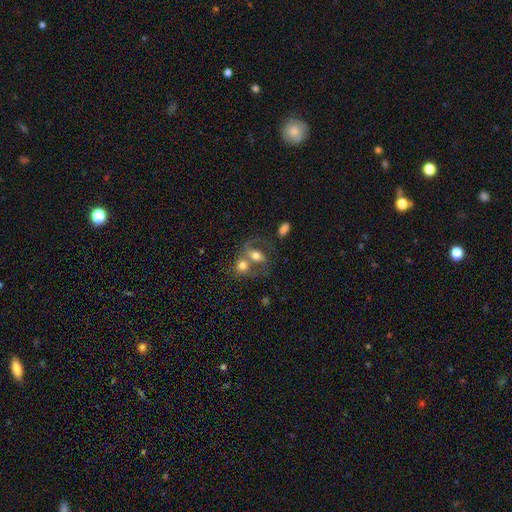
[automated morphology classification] A smooth galaxy with no disk features (46%).

Vote fractions:
- Smooth or featured? smooth: 46% / featured or disk: 44% / star or artifact: 10%
- Merging? merger: 61% / none: 23% / minor disturbance: 8% / major disturbance: 8%